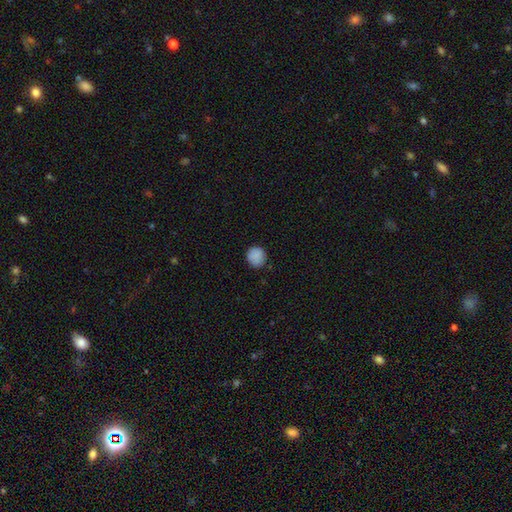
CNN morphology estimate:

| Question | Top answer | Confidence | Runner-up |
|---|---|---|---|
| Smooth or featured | smooth | 88% | star or artifact (9%) |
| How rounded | round | 91% | in between (8%) |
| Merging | none | 83% | minor disturbance (13%) |